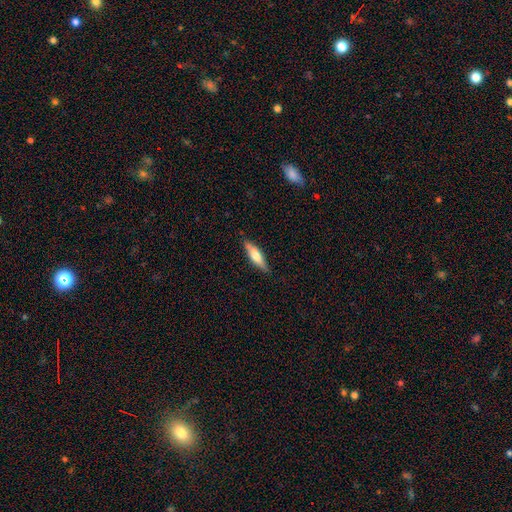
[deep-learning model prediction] smooth_or_featured: smooth (p=0.56) [alt: featured or disk p=0.39]
how_rounded: cigar-shaped (p=0.67) [alt: in between p=0.31]
merging: none (p=0.82) [alt: minor disturbance p=0.14]